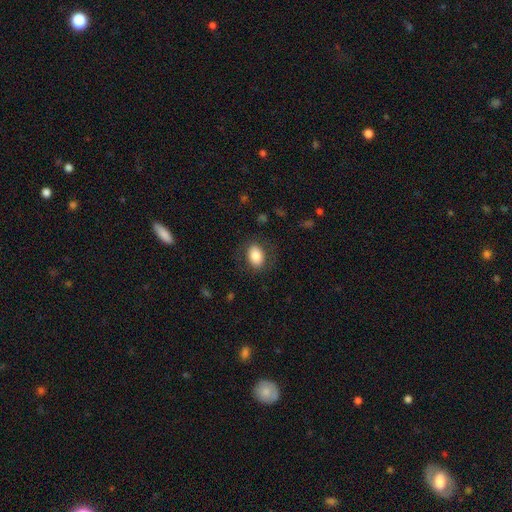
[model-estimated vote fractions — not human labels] Smooth or featured? Predicted: smooth (p=0.81). How rounded? Predicted: in between (p=0.76). Merging? Predicted: none (p=0.80).